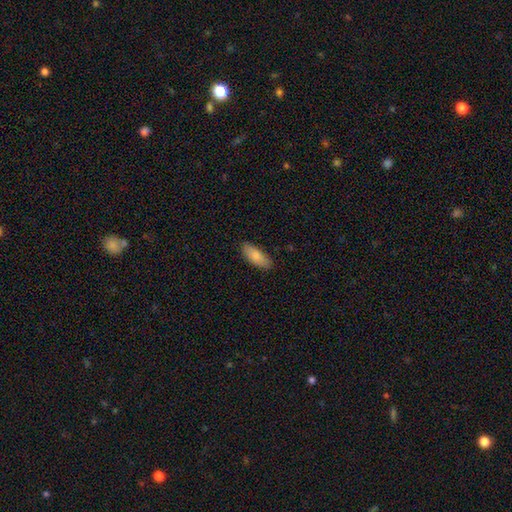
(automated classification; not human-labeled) Smooth or featured? Predicted: smooth (p=0.84). How rounded? Predicted: in between (p=0.80). Merging? Predicted: none (p=0.87).